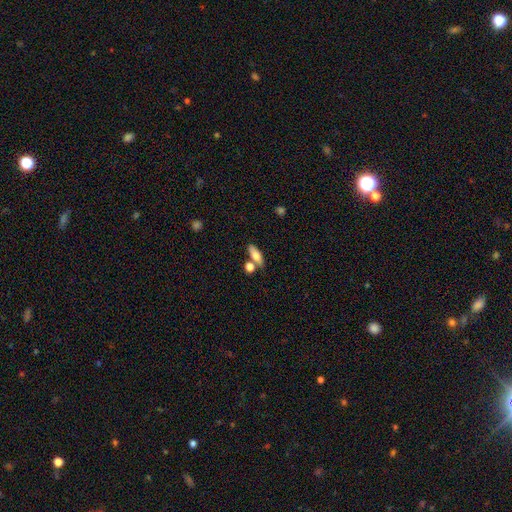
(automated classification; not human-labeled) Q: Smooth or featured?
A: smooth (71%); runner-up: featured or disk (21%)
Q: How rounded?
A: in between (63%); runner-up: cigar-shaped (31%)
Q: Merging?
A: none (61%); runner-up: merger (22%)